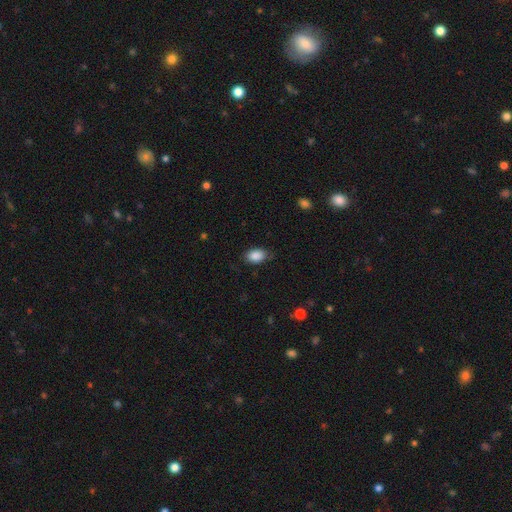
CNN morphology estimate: Smooth or featured?
  - smooth: 88% *
  - star or artifact: 8%
  - featured or disk: 4%
How rounded?
  - in between: 85% *
  - round: 14%
  - cigar-shaped: 1%
Merging?
  - none: 78% *
  - minor disturbance: 17%
  - major disturbance: 4%
  - merger: 1%